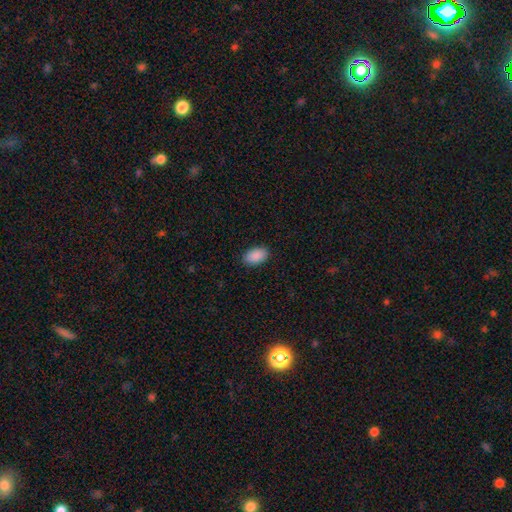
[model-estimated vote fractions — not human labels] A smooth galaxy with no disk features (91%) that is in between round and cigar-shaped (93%). Merging: none (89%).